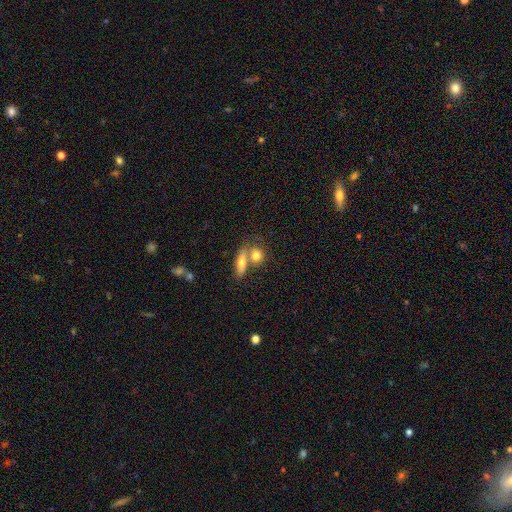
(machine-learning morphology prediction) type=smooth (75%); roundness=in between (45%, tied with round); merging=merger (47%).